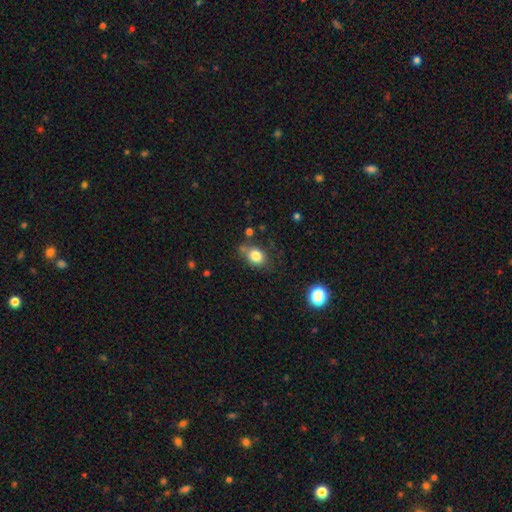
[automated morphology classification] Smooth or featured? Predicted: smooth (p=0.82). How rounded? Predicted: in between (p=0.55). Merging? Predicted: none (p=0.63).